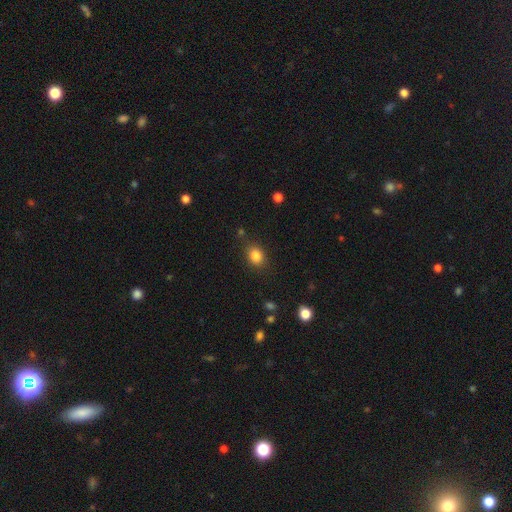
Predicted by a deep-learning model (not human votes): Q: Smooth or featured?
A: smooth (84%); runner-up: star or artifact (10%)
Q: How rounded?
A: in between (56%); runner-up: round (43%)
Q: Merging?
A: none (83%); runner-up: minor disturbance (12%)